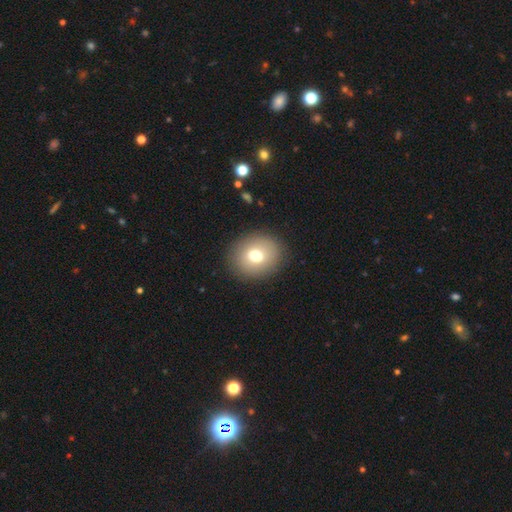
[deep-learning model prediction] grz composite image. It shows a smooth galaxy with no disk features (73%) that is round (73%). Merging: none (89%).